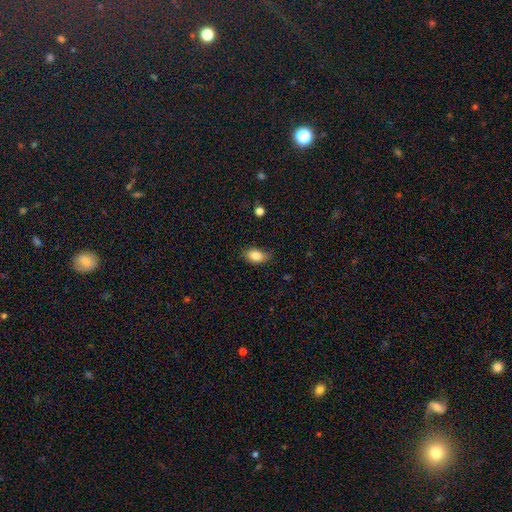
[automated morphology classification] Smooth or featured? Predicted: smooth (p=0.83). How rounded? Predicted: in between (p=0.87). Merging? Predicted: none (p=0.75).